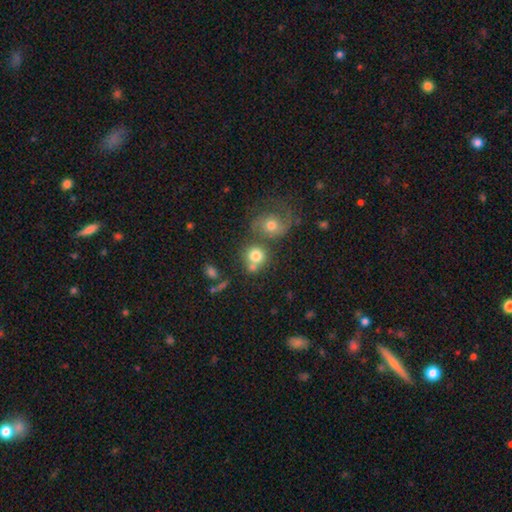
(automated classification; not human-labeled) Smooth or featured? Predicted: smooth (p=0.73). How rounded? Predicted: round (p=0.83). Merging? Predicted: none (p=0.44).